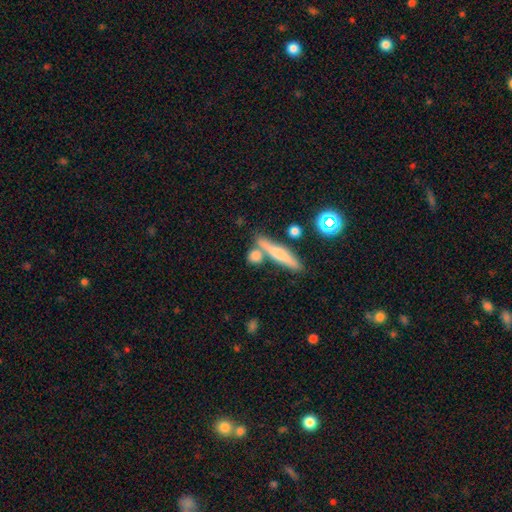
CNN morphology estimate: Smooth or featured? smooth (70%)
How rounded? cigar-shaped (41%)
Merging? none (63%)